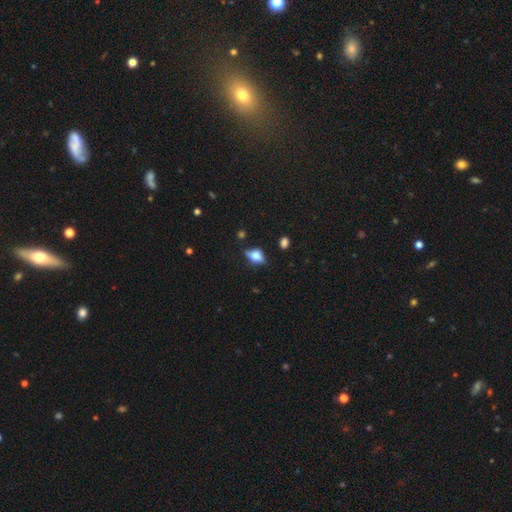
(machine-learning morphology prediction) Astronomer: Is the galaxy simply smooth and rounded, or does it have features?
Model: smooth — 57% (runner-up: featured or disk, 33%).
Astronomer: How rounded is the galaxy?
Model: in between — 75%.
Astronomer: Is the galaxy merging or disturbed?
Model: none — 68%.